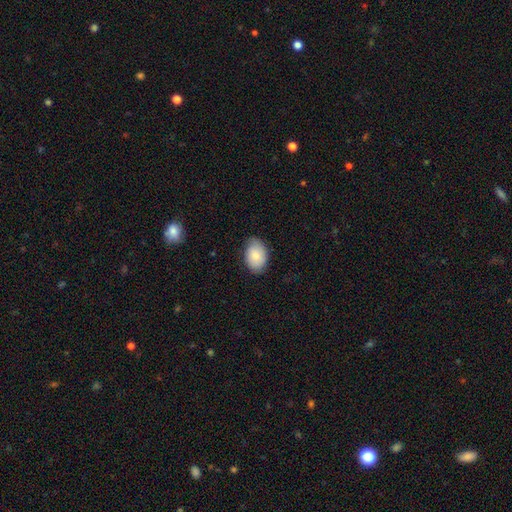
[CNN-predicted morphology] A smooth galaxy with no disk features (83%) that is in between round and cigar-shaped (88%). Merging: none (79%).